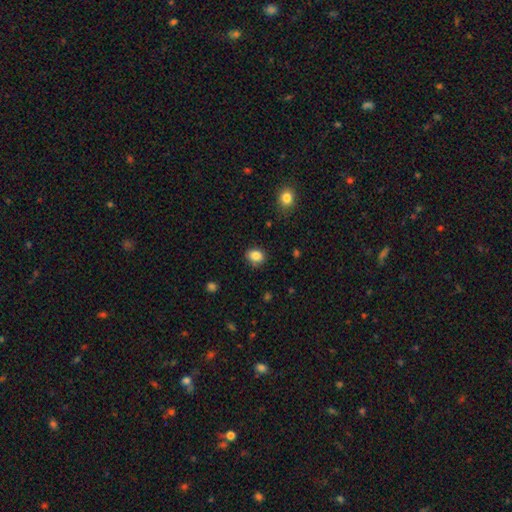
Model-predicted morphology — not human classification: A smooth galaxy with no disk features (85%) that is round (52%). Merging: none (82%).